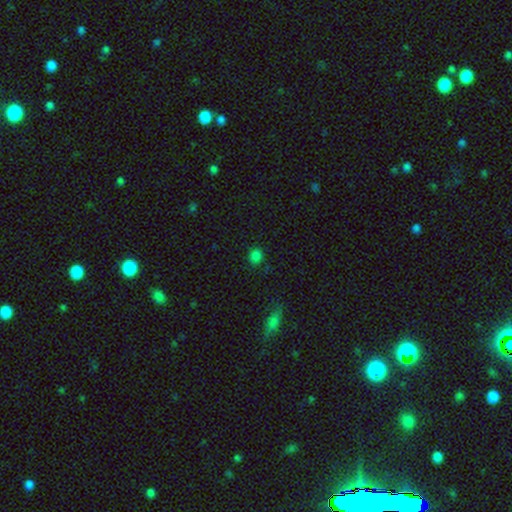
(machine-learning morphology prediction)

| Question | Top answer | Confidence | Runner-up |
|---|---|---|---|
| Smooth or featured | smooth | 79% | star or artifact (17%) |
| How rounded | round | 77% | in between (22%) |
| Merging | none | 85% | minor disturbance (10%) |